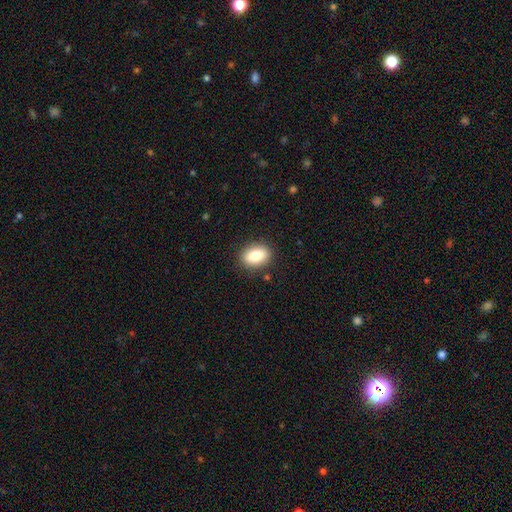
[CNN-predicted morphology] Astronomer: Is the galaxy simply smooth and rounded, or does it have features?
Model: smooth — 83%.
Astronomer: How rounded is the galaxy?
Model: in between — 80%.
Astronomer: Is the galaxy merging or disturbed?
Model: none — 88%.